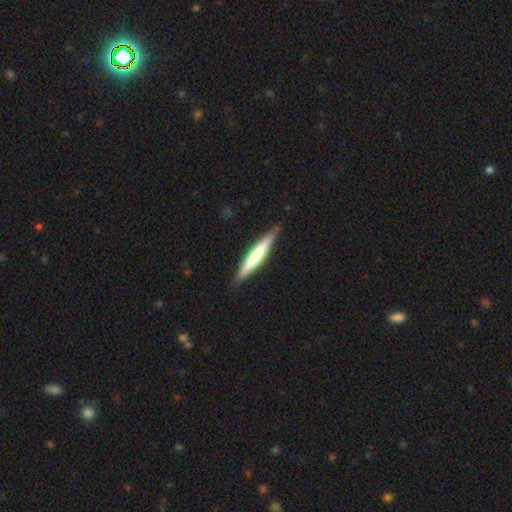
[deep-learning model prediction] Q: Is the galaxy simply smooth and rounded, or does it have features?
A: smooth — 58%.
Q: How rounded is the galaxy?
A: cigar-shaped — 93%.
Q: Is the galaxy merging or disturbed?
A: none — 87%.